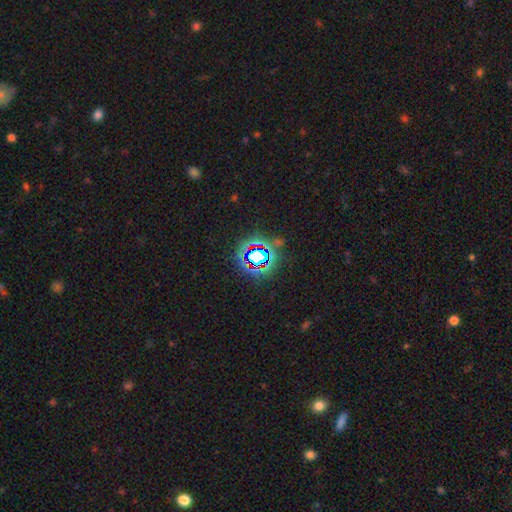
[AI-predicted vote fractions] A star or artifact, not a galaxy (76%).

Vote fractions:
- Smooth or featured? star or artifact: 76% / smooth: 15% / featured or disk: 9%